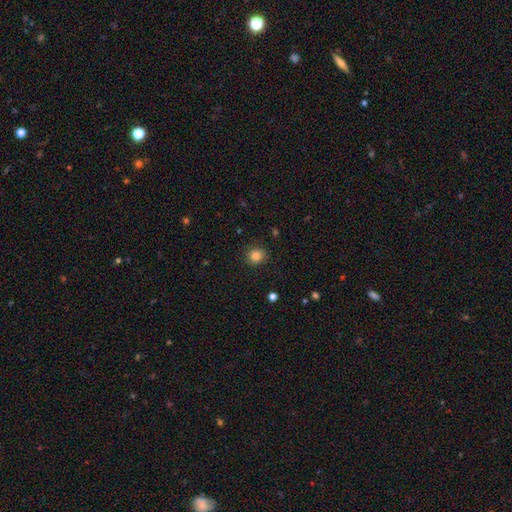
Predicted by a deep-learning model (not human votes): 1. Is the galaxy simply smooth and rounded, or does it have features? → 85% smooth, 11% star or artifact, 4% featured or disk.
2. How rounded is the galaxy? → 86% round, 13% in between, 1% cigar-shaped.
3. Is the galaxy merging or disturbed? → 89% none, 8% minor disturbance, 2% major disturbance, 1% merger.